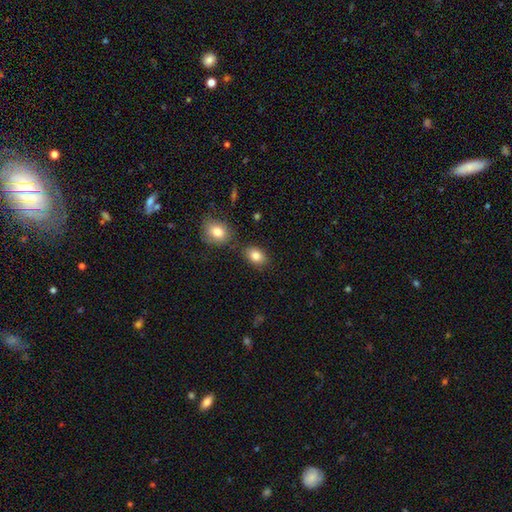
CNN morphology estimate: Smooth or featured?
  - smooth: 84% *
  - star or artifact: 9%
  - featured or disk: 7%
How rounded?
  - in between: 76% *
  - round: 23%
  - cigar-shaped: 1%
Merging?
  - none: 74% *
  - minor disturbance: 12%
  - merger: 10%
  - major disturbance: 3%